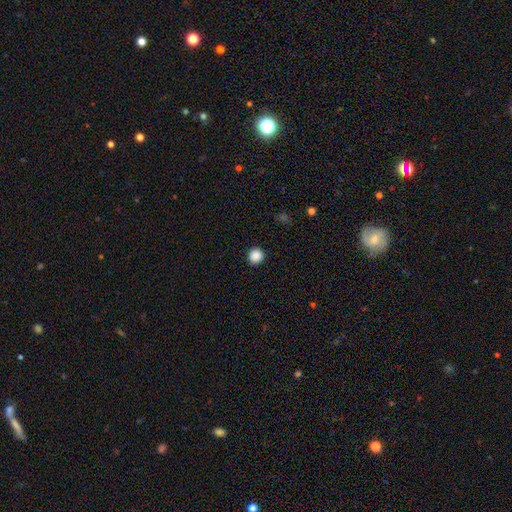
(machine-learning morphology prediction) smooth_or_featured: smooth (p=0.88) [alt: star or artifact p=0.10]
how_rounded: round (p=0.95) [alt: in between p=0.04]
merging: none (p=0.93) [alt: minor disturbance p=0.04]